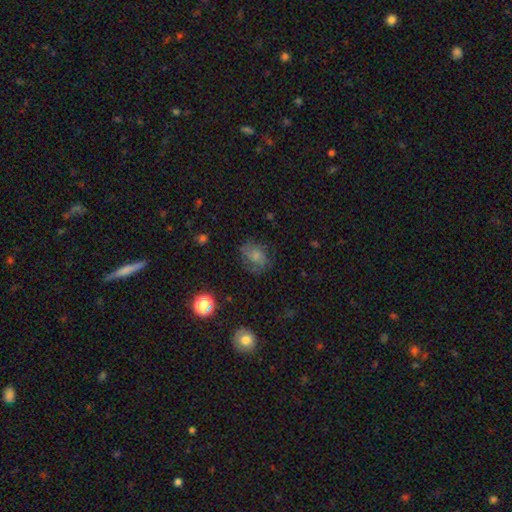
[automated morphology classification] Smooth or featured: smooth — 57% (featured or disk — 30%)
How rounded: in between — 50% (round — 49%)
Merging: none — 61% (minor disturbance — 23%)